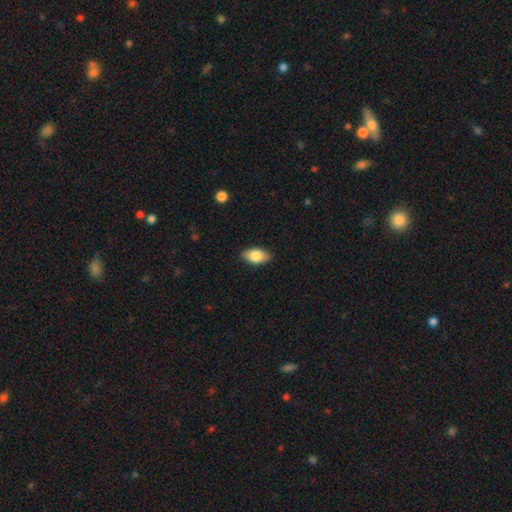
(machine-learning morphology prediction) This appears to be a smooth galaxy with no disk features (83%) that is in between round and cigar-shaped (92%). Merging: none (87%).